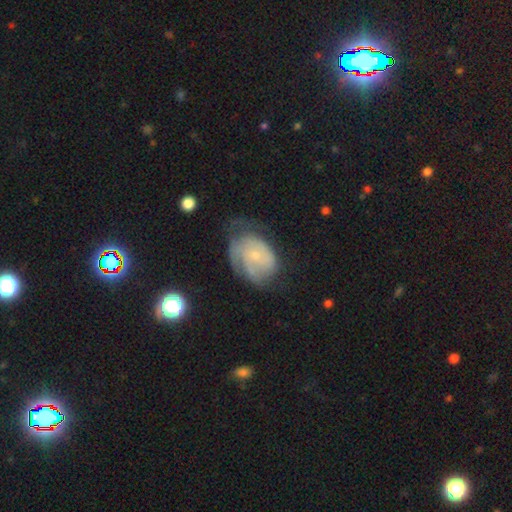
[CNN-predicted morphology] Smooth or featured? featured or disk (65%)
Edge-on disk? no (97%)
Bar? no (75%)
Spiral arms? yes (81%)
Spiral winding? tight (50%)
Spiral arm count? can't tell (42%)
Bulge size? small (76%)
Merging? none (42%)